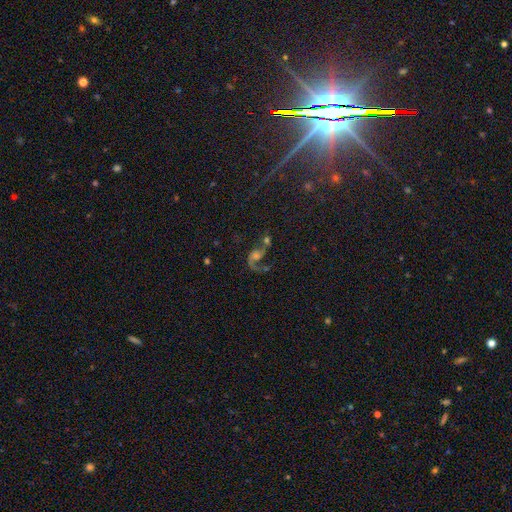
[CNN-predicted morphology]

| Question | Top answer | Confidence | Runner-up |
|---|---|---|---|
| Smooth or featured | featured or disk | 71% | star or artifact (15%) |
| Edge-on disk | no | 97% | yes (3%) |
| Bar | no | 66% | weak (26%) |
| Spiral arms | yes | 88% | no (12%) |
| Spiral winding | loose | 71% | medium (23%) |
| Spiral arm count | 2 | 59% | 1 (36%) |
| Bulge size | moderate | 39% | small (25%) |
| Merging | merger | 33% | none (30%) |